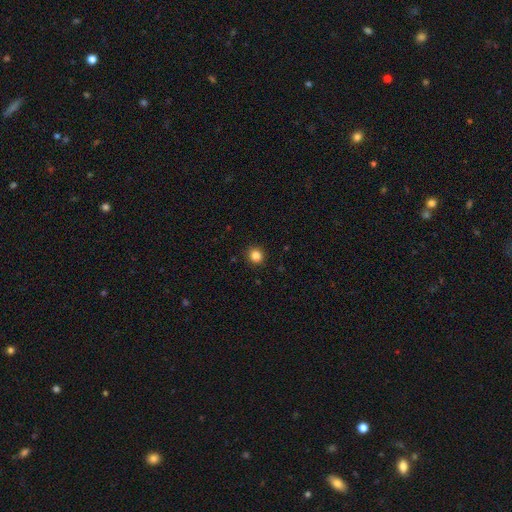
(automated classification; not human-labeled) Smooth or featured: smooth — 85% (star or artifact — 12%)
How rounded: round — 83% (in between — 16%)
Merging: none — 91% (minor disturbance — 6%)